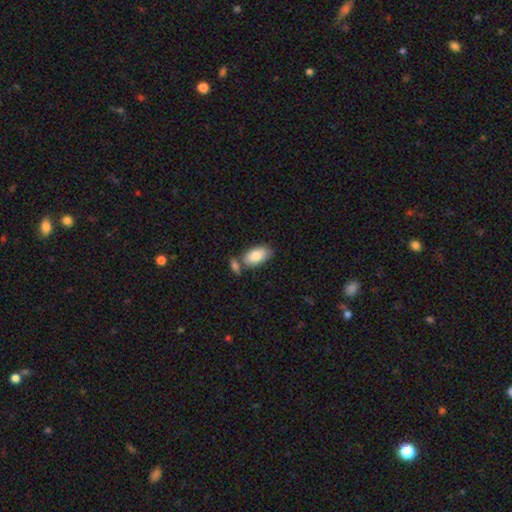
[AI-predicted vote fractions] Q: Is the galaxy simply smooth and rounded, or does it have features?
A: smooth — 83%.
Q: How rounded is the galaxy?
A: in between — 94%.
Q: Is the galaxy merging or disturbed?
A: none — 58%.